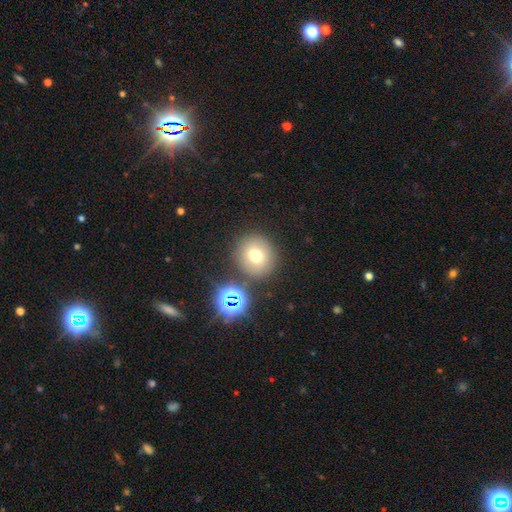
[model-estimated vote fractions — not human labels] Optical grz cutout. It shows a smooth galaxy with no disk features (70%) that is round (91%). Merging: none (80%).